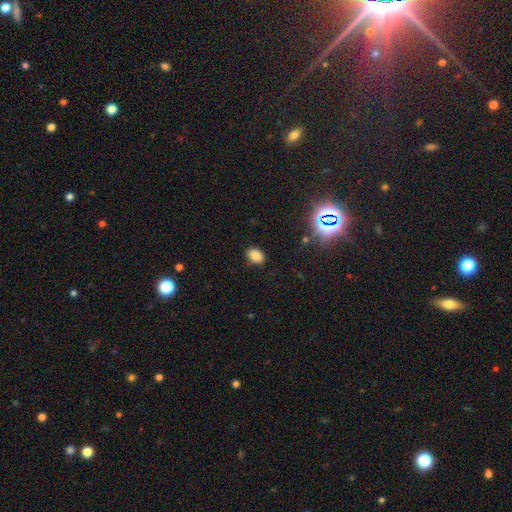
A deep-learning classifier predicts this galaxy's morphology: The model was most divided on "how rounded": in between: 75%, round: 24%, cigar-shaped: 1%. More confident: merging — none (87%); smooth or featured — smooth (81%).